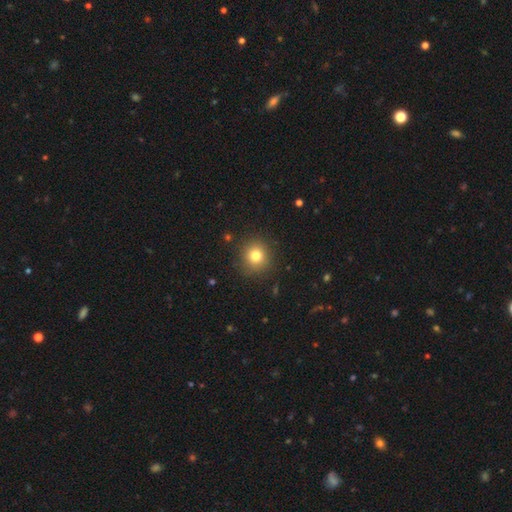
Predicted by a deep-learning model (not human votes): smooth-or-featured: smooth: 79% | star or artifact: 13% | featured or disk: 8%
  how-rounded: round: 92% | in between: 7% | cigar-shaped: 1%
  merging: none: 89% | minor disturbance: 7% | major disturbance: 3% | merger: 1%